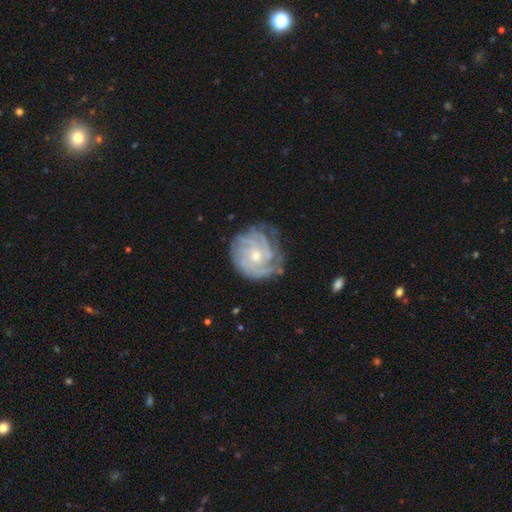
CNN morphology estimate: Smooth or featured? Predicted: featured or disk (p=0.84). Edge-on disk? Predicted: no (p=0.97). Bar? Predicted: no (p=0.77). Spiral arms? Predicted: yes (p=0.95). Spiral winding? Predicted: tight (p=0.73). Spiral arm count? Predicted: can't tell (p=0.36). Bulge size? Predicted: small (p=0.60). Merging? Predicted: none (p=0.70).